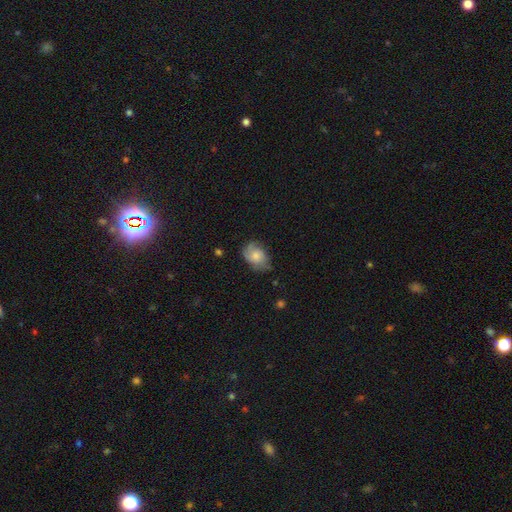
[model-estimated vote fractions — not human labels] smooth_or_featured: smooth (p=0.53) [alt: featured or disk p=0.39]
how_rounded: in between (p=0.67) [alt: round p=0.32]
merging: none (p=0.58) [alt: minor disturbance p=0.30]